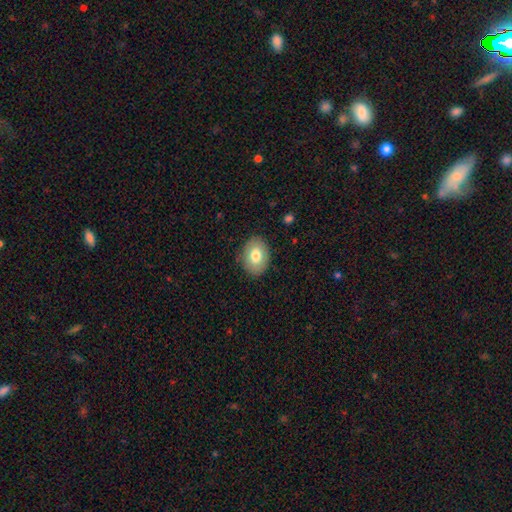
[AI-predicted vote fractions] Smooth or featured? smooth (76%)
How rounded? in between (75%)
Merging? none (86%)